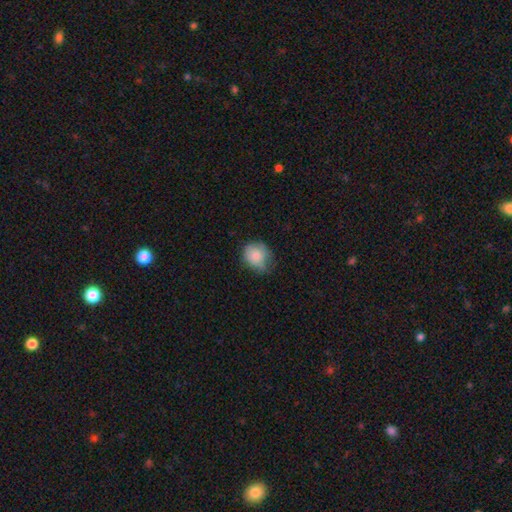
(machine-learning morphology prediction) A smooth galaxy with no disk features (82%) that is round (71%). Merging: none (52%).